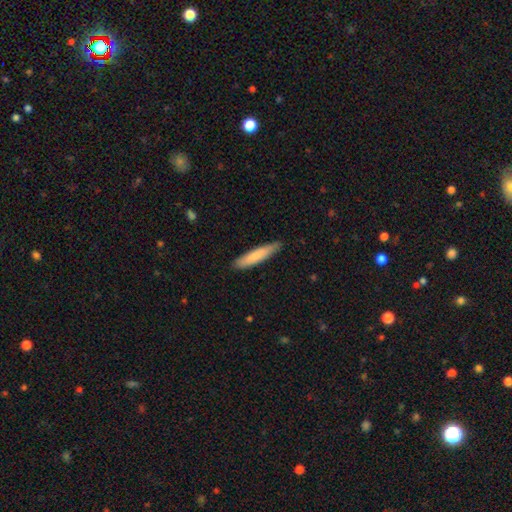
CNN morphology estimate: The model was most divided on "smooth or featured": smooth: 80%, featured or disk: 14%, star or artifact: 5%. More confident: how rounded — cigar-shaped (89%); merging — none (87%).